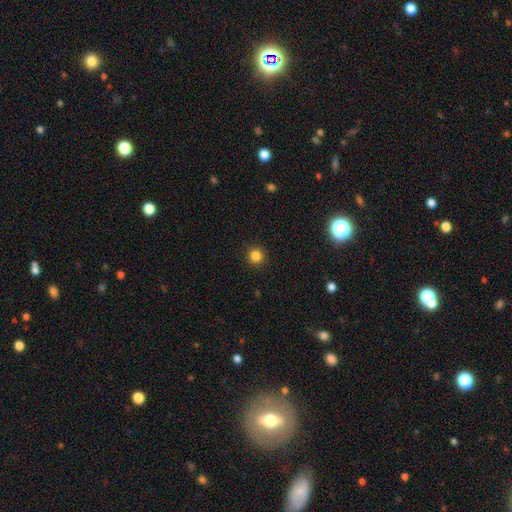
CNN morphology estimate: This appears to be a smooth galaxy with no disk features (84%) that is round (94%). Merging: none (92%).